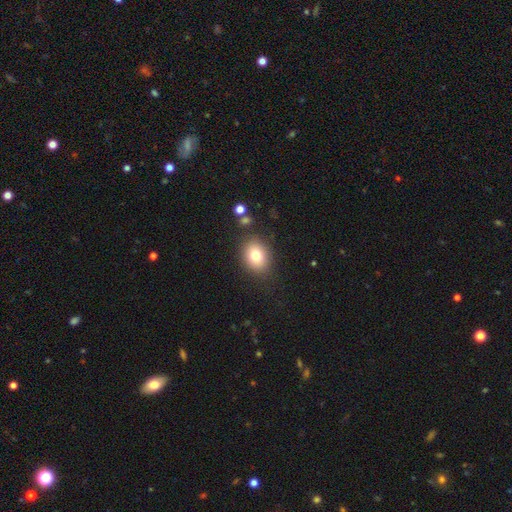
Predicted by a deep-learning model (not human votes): smooth 78%, featured or disk 11%, star or artifact 11%. Down the decision tree: how rounded — in between (55%); merging — none (83%).